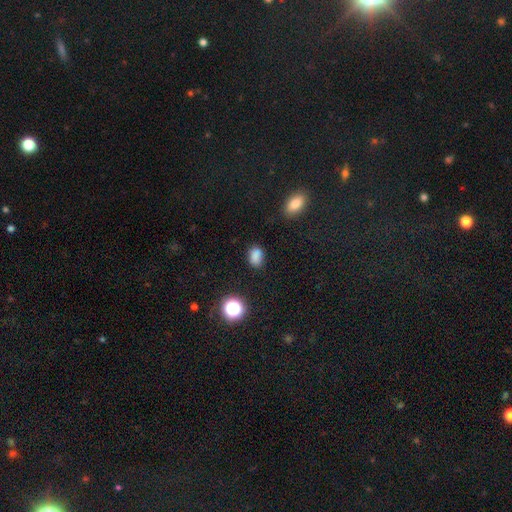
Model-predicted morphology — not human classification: Overall: smooth (82%). How rounded: in between (76%). Merging: none (77%).